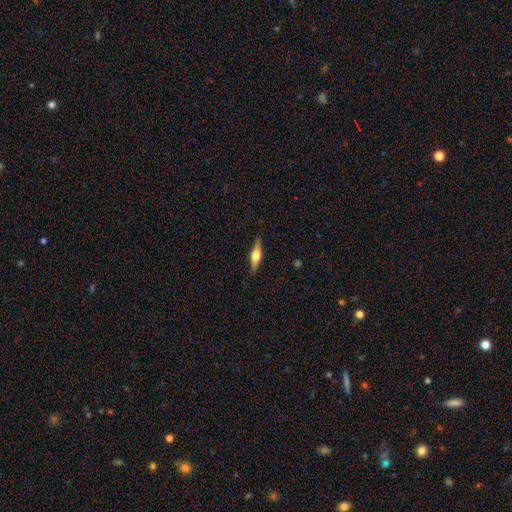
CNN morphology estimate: featured or disk 59%, smooth 35%, star or artifact 7%. Down the decision tree: edge-on disk — yes (95%); edge-on bulge — rounded (91%); merging — none (87%).